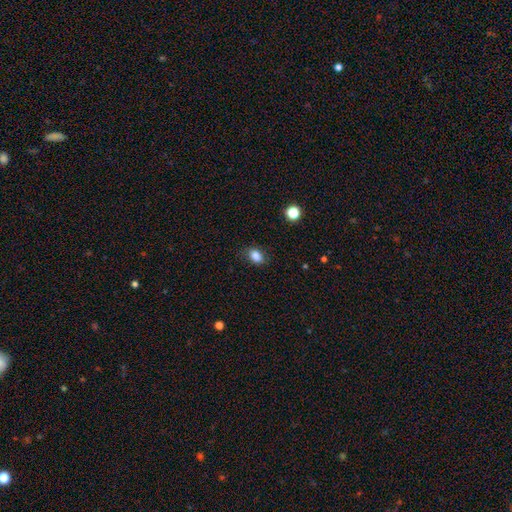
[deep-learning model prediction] Smooth or featured? smooth (85%)
How rounded? in between (77%)
Merging? none (78%)